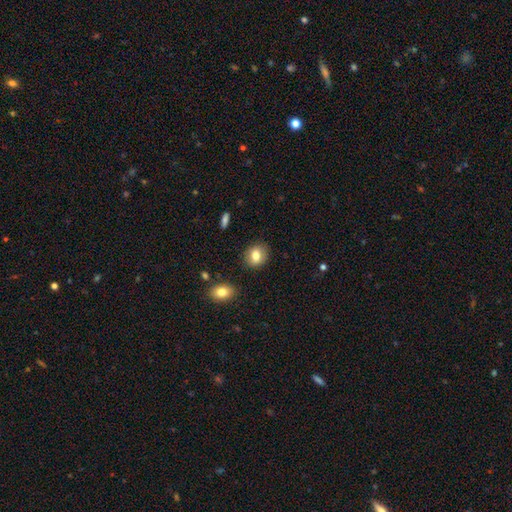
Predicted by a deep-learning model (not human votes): smooth 79%, featured or disk 12%, star or artifact 9%. Down the decision tree: how rounded — round (61%); merging — none (87%).